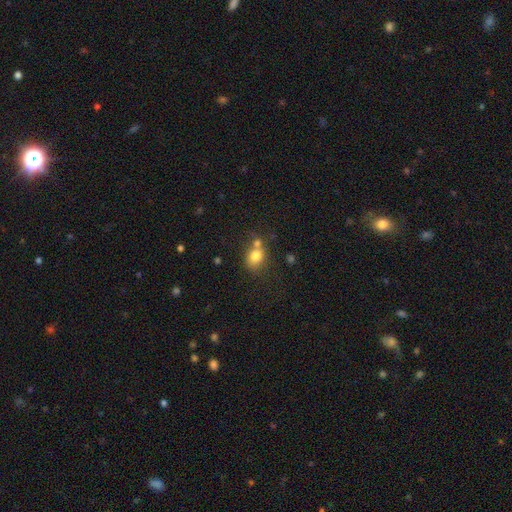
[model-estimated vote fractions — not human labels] smooth 78%, featured or disk 11%, star or artifact 11%. Down the decision tree: how rounded — round (55%); merging — none (49%).